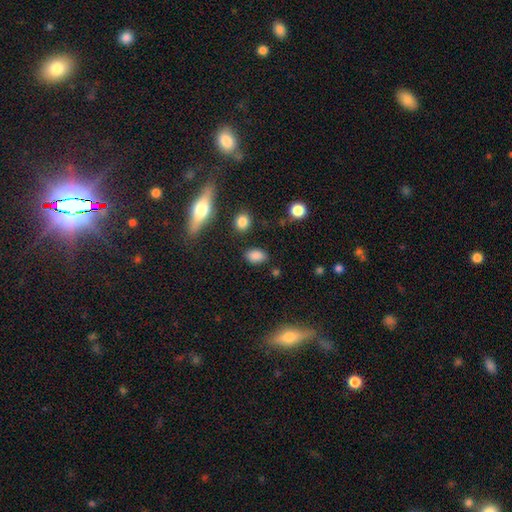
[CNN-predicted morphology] smooth 84%, star or artifact 10%, featured or disk 5%. Down the decision tree: how rounded — in between (85%); merging — none (82%).